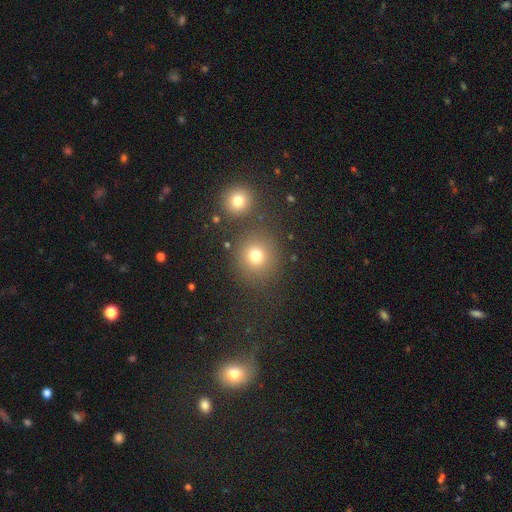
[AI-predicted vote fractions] Q: Smooth or featured?
A: smooth (75%); runner-up: star or artifact (17%)
Q: How rounded?
A: round (87%); runner-up: in between (12%)
Q: Merging?
A: none (77%); runner-up: merger (10%)